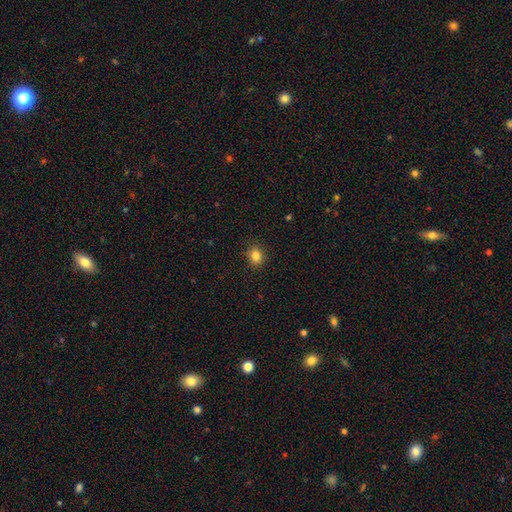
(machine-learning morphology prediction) The model was most divided on "how rounded": round: 66%, in between: 33%, cigar-shaped: 1%. More confident: merging — none (89%); smooth or featured — smooth (83%).